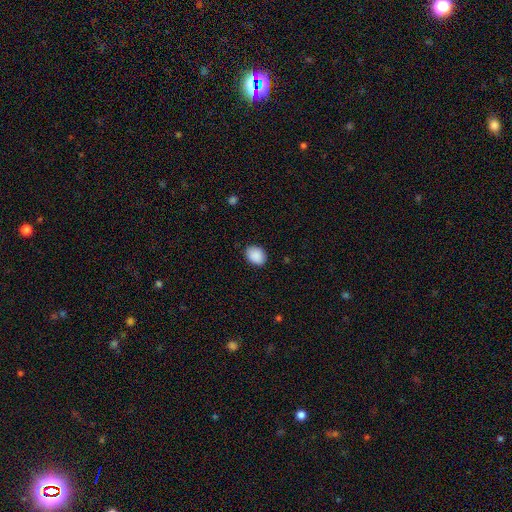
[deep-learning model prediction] smooth-or-featured: smooth: 90% | star or artifact: 7% | featured or disk: 3%
  how-rounded: in between: 66% | round: 33% | cigar-shaped: 1%
  merging: none: 86% | minor disturbance: 10% | major disturbance: 2% | merger: 1%